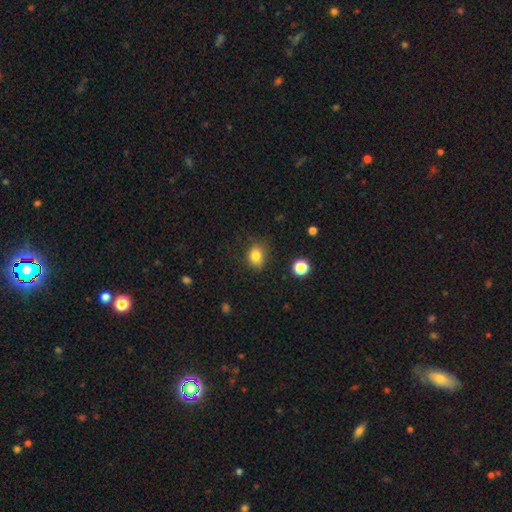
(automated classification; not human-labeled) The model was most divided on "how rounded": in between: 53%, round: 46%, cigar-shaped: 1%. More confident: smooth or featured — smooth (81%); merging — none (66%).